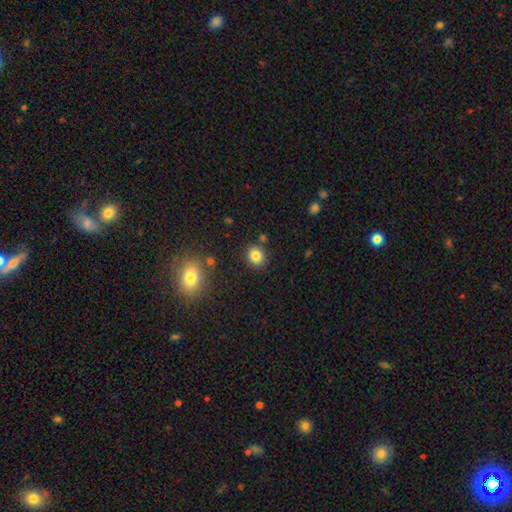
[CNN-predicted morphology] smooth_or_featured: smooth (p=0.83) [alt: star or artifact p=0.11]
how_rounded: round (p=0.75) [alt: in between p=0.24]
merging: none (p=0.84) [alt: minor disturbance p=0.09]